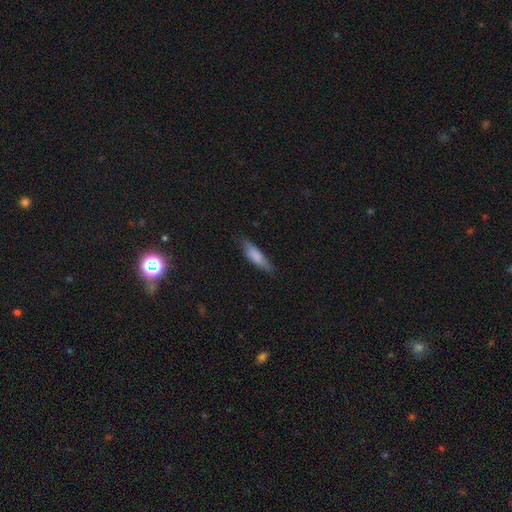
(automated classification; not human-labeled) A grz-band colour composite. It shows a smooth galaxy with no disk features (79%) that is cigar-shaped (56%). Merging: none (72%).